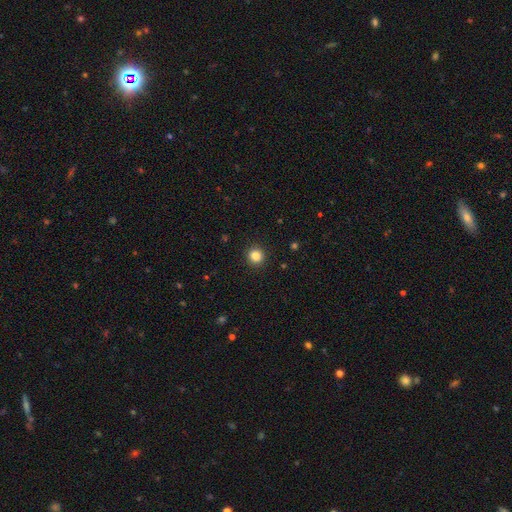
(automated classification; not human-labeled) This appears to be a smooth galaxy with no disk features (84%) that is round (94%). Merging: none (93%).